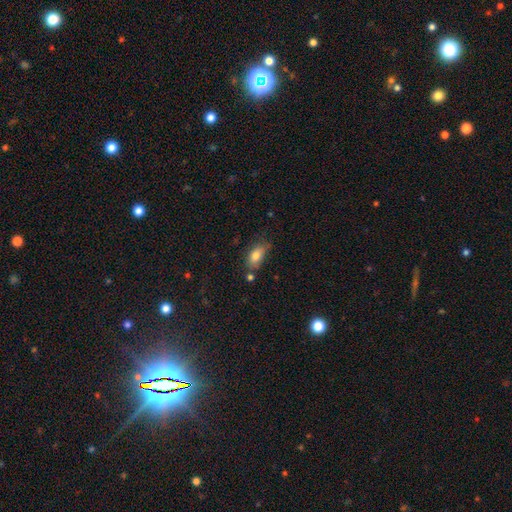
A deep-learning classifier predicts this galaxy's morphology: type=smooth (81%); roundness=in between (88%); merging=none (60%).